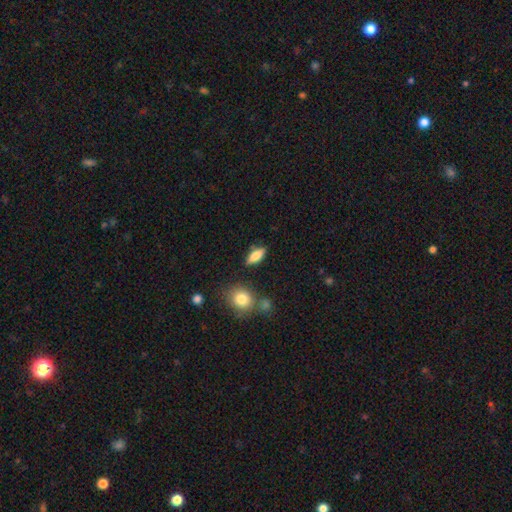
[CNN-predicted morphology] Smooth or featured? Predicted: smooth (p=0.75). How rounded? Predicted: in between (p=0.66). Merging? Predicted: none (p=0.83).